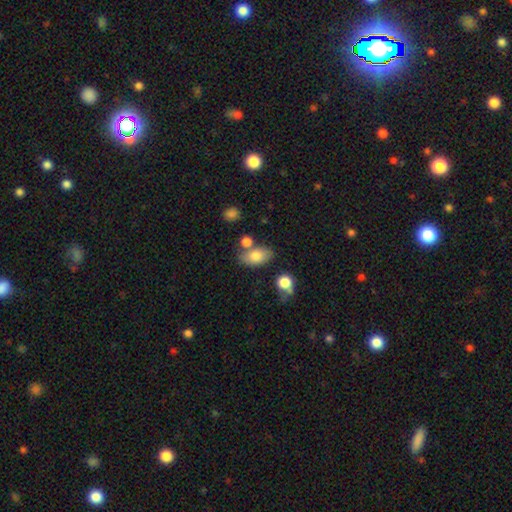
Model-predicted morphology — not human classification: A smooth galaxy with no disk features (78%) that is in between round and cigar-shaped (90%). Merging: none (63%).